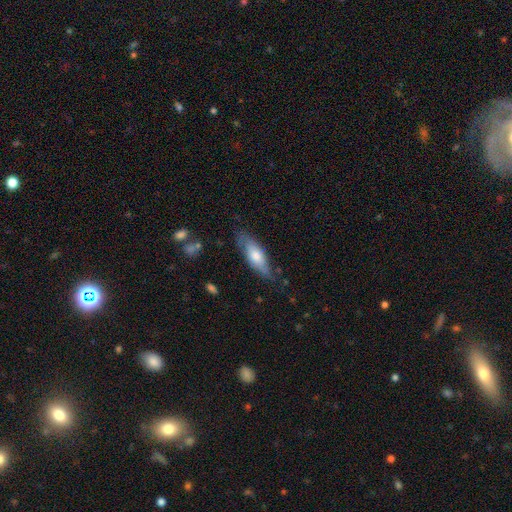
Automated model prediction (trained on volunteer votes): A smooth galaxy with no disk features (59%) that is in between round and cigar-shaped (55%).

Vote fractions:
- Smooth or featured? smooth: 59% / featured or disk: 35% / star or artifact: 6%
- How rounded? in between: 55% / cigar-shaped: 43% / round: 2%
- Merging? none: 71% / minor disturbance: 22% / major disturbance: 5% / merger: 2%